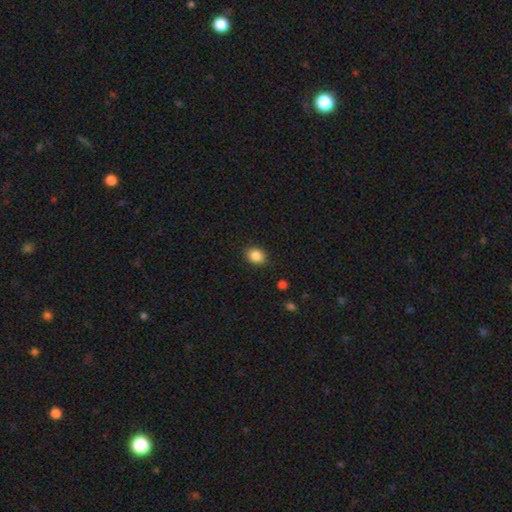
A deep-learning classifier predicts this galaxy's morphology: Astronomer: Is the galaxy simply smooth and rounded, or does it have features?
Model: smooth — 86%.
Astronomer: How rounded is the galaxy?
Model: in between — 58% (runner-up: round, 41%).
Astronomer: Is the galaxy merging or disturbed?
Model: none — 88%.